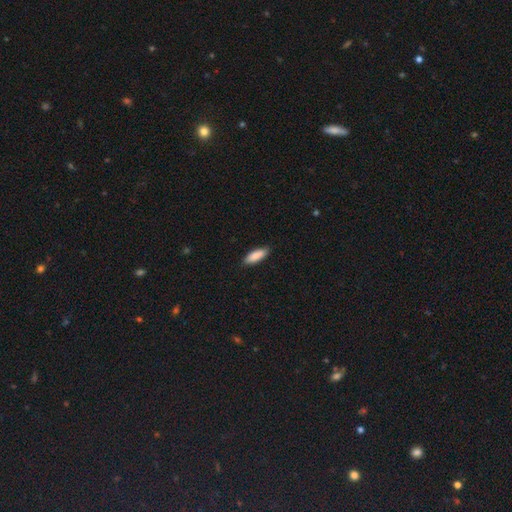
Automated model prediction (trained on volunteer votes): Overall: smooth (87%). How rounded: in between (59%; cigar-shaped 39%). Merging: none (86%).